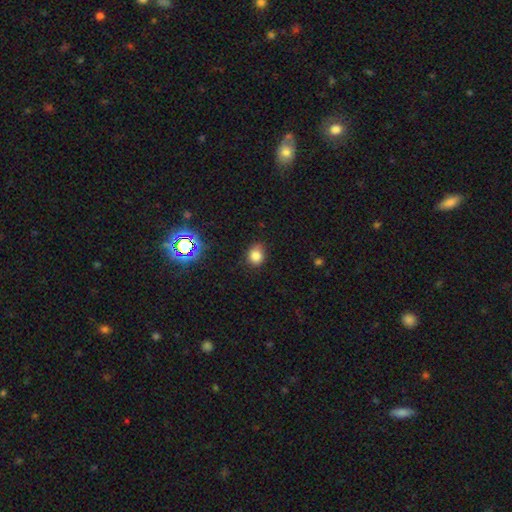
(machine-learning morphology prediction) A smooth galaxy with no disk features (80%) that is round (69%). Merging: none (78%).